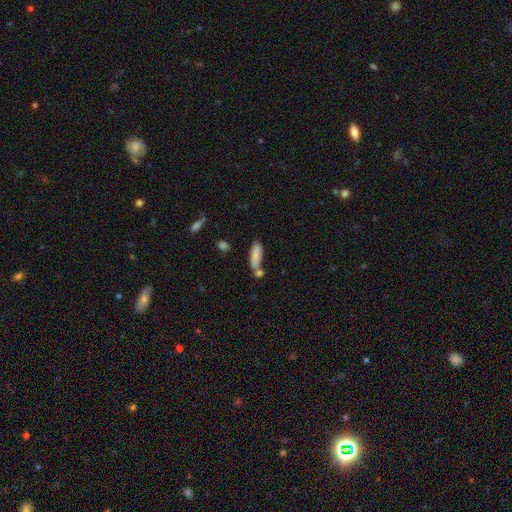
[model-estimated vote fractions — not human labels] A smooth galaxy with no disk features (81%) that is in between round and cigar-shaped (61%).

Vote fractions:
- Smooth or featured? smooth: 81% / featured or disk: 12% / star or artifact: 7%
- How rounded? in between: 61% / cigar-shaped: 37% / round: 2%
- Merging? none: 53% / merger: 27% / minor disturbance: 16% / major disturbance: 5%